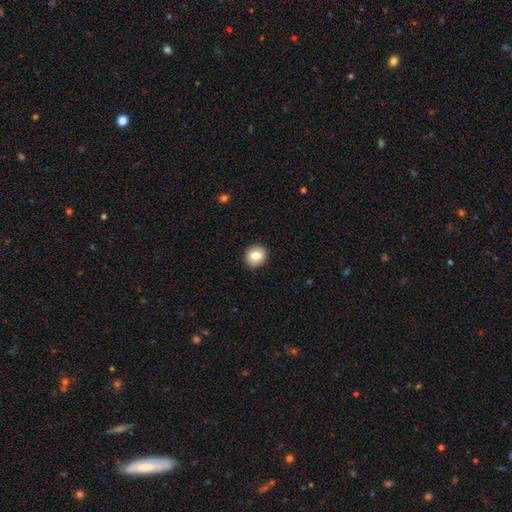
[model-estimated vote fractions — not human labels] Morphology: type=smooth (81%); roundness=round (84%); merging=none (91%).